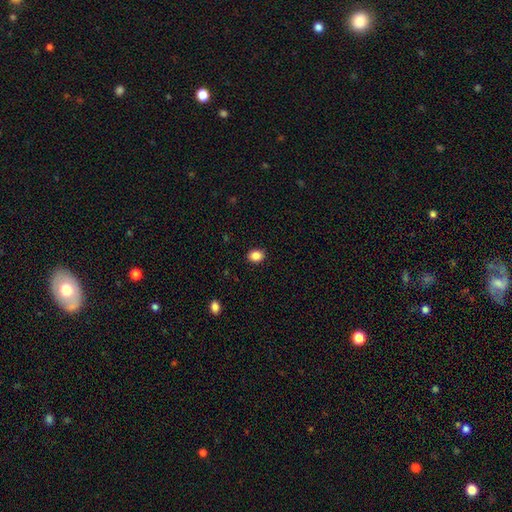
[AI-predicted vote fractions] A smooth galaxy with no disk features (86%) that is in between round and cigar-shaped (53%).

Vote fractions:
- Smooth or featured? smooth: 86% / star or artifact: 10% / featured or disk: 4%
- How rounded? in between: 53% / round: 47% / cigar-shaped: 1%
- Merging? none: 90% / minor disturbance: 7% / major disturbance: 2% / merger: 1%